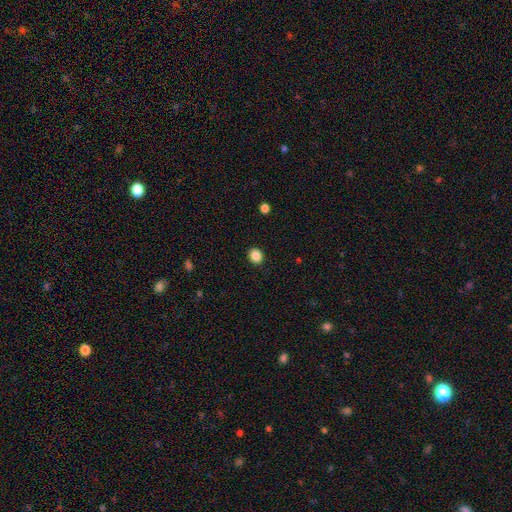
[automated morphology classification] The model was most divided on "how rounded": round: 70%, in between: 29%, cigar-shaped: 1%. More confident: merging — none (91%); smooth or featured — smooth (87%).